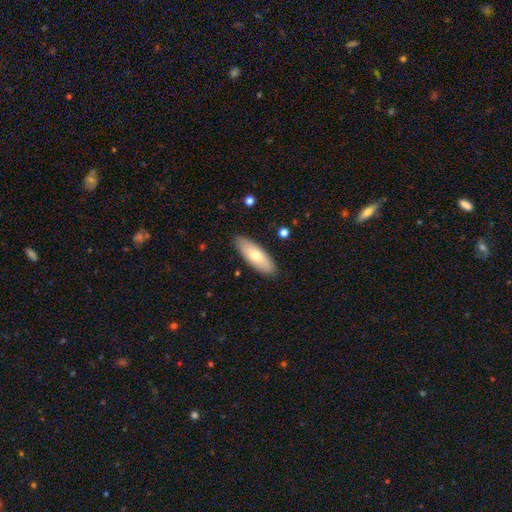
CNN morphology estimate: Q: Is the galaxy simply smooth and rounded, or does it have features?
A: smooth — 70%.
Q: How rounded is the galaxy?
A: in between — 68%.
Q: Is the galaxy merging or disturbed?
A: none — 87%.